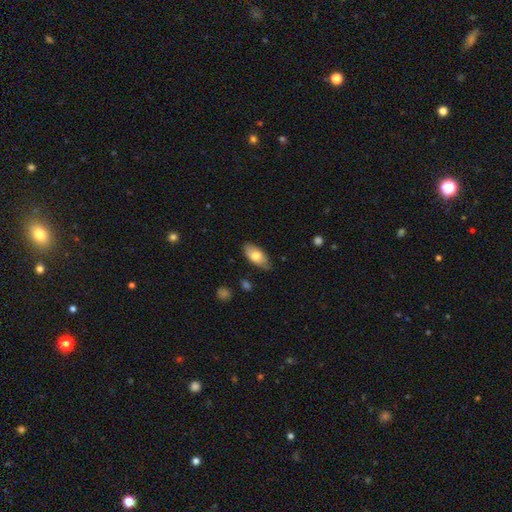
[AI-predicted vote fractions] Q: Smooth or featured?
A: smooth (75%); runner-up: featured or disk (19%)
Q: How rounded?
A: in between (92%); runner-up: cigar-shaped (5%)
Q: Merging?
A: none (76%); runner-up: minor disturbance (19%)